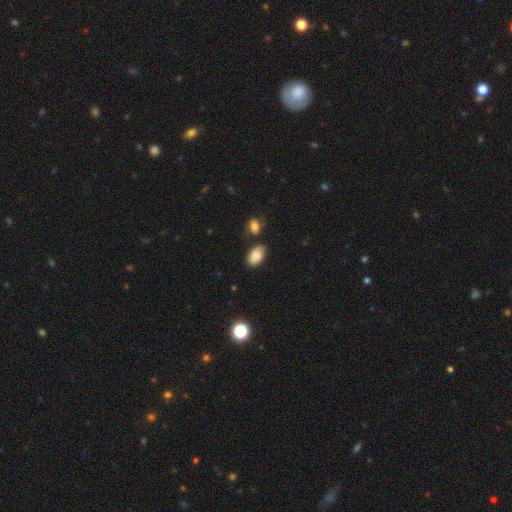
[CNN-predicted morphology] Smooth or featured? smooth (84%)
How rounded? in between (92%)
Merging? none (68%)